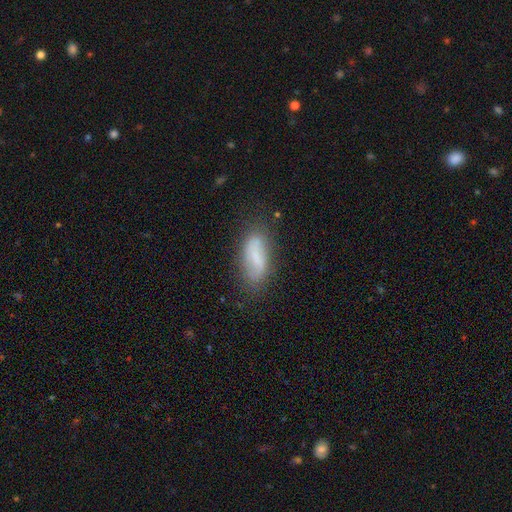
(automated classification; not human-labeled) smooth-or-featured: smooth: 54% | featured or disk: 37% | star or artifact: 9%
  how-rounded: in between: 75% | cigar-shaped: 21% | round: 3%
  merging: none: 69% | minor disturbance: 21% | major disturbance: 7% | merger: 3%